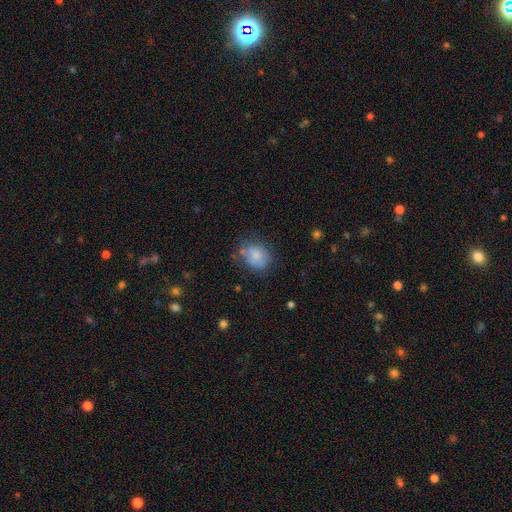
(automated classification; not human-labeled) smooth_or_featured: smooth (p=0.78) [alt: featured or disk p=0.13]
how_rounded: round (p=0.62) [alt: in between p=0.37]
merging: none (p=0.60) [alt: minor disturbance p=0.25]